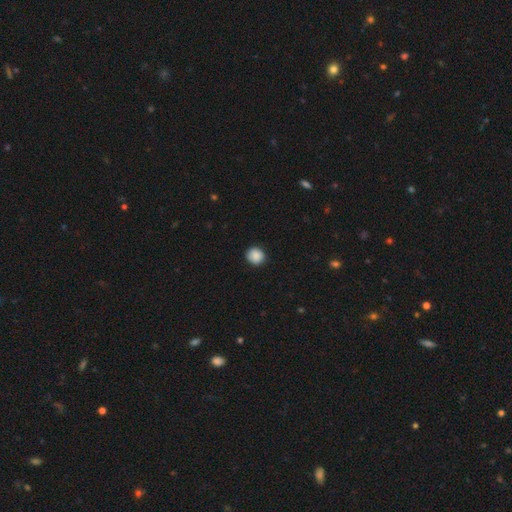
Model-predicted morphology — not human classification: A smooth galaxy with no disk features (88%) that is round (84%). Merging: none (87%).